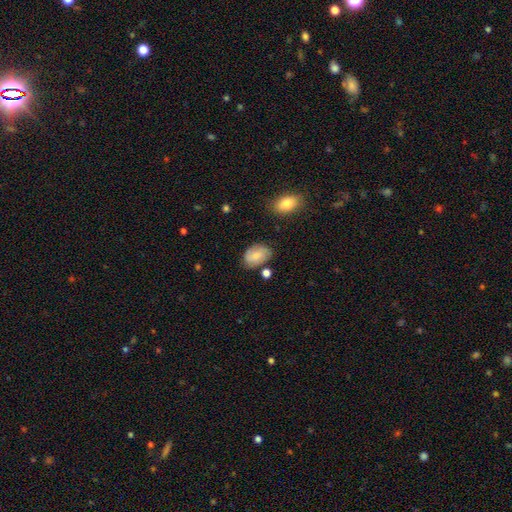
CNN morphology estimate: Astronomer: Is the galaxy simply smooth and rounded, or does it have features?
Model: smooth — 73%.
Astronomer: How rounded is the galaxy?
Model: in between — 85%.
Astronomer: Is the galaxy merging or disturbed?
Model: none — 71%.